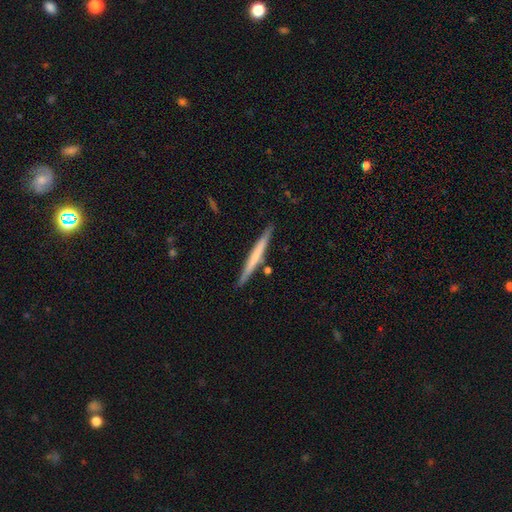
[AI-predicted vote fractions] Smooth or featured? Predicted: smooth (p=0.50). Merging? Predicted: none (p=0.87).